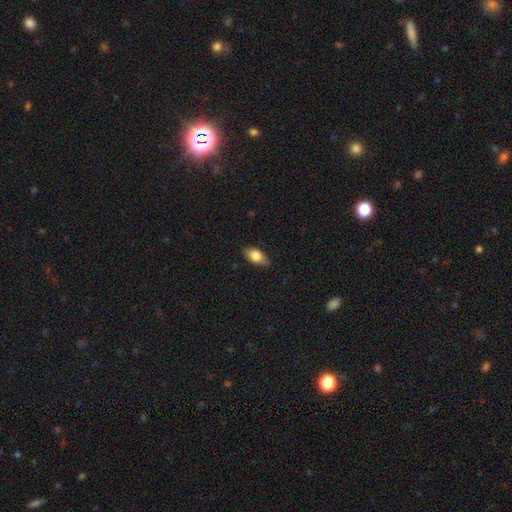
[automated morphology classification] Overall: smooth (78%). How rounded: in between (88%). Merging: none (79%).